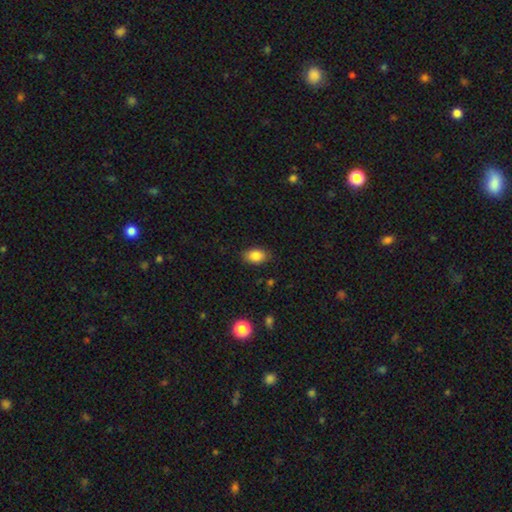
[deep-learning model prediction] A smooth galaxy with no disk features (86%) that is in between round and cigar-shaped (85%). Merging: none (84%).